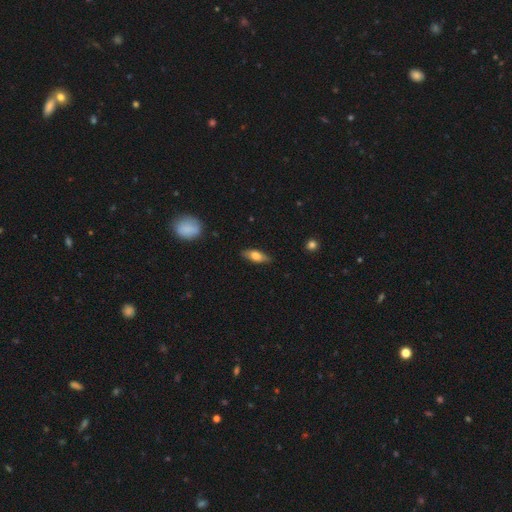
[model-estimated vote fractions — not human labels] Smooth or featured?
  - smooth: 65% *
  - featured or disk: 29%
  - star or artifact: 7%
How rounded?
  - in between: 68% *
  - cigar-shaped: 28%
  - round: 4%
Merging?
  - none: 83% *
  - minor disturbance: 13%
  - major disturbance: 3%
  - merger: 1%